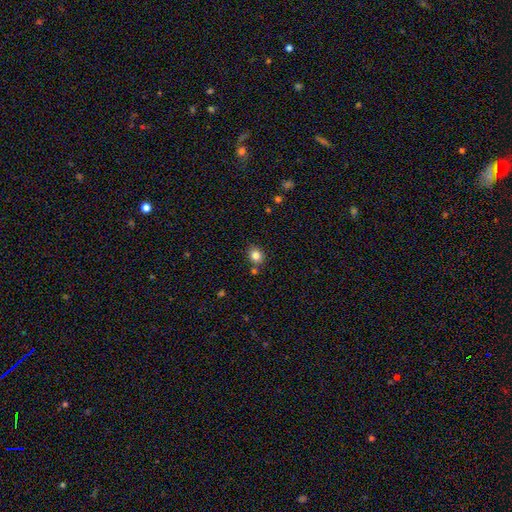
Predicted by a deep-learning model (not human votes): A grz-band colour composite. It shows a smooth galaxy with no disk features (82%) that is round (65%). Merging: none (75%).